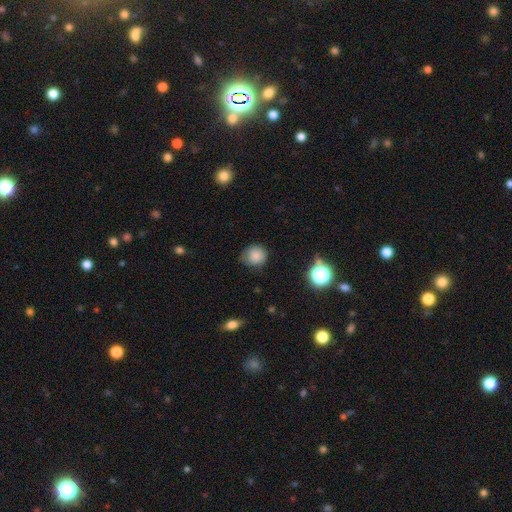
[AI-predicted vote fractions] Overall: smooth (82%). How rounded: round (84%). Merging: none (65%; minor disturbance 27%).